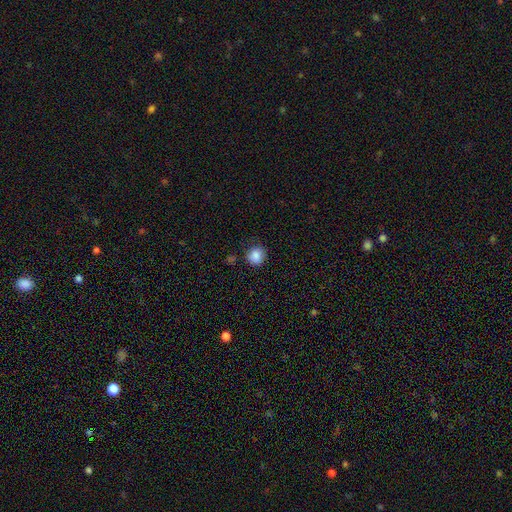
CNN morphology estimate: smooth-or-featured: smooth: 85% | star or artifact: 10% | featured or disk: 5%
  how-rounded: round: 85% | in between: 14% | cigar-shaped: 1%
  merging: none: 78% | minor disturbance: 16% | major disturbance: 4% | merger: 2%